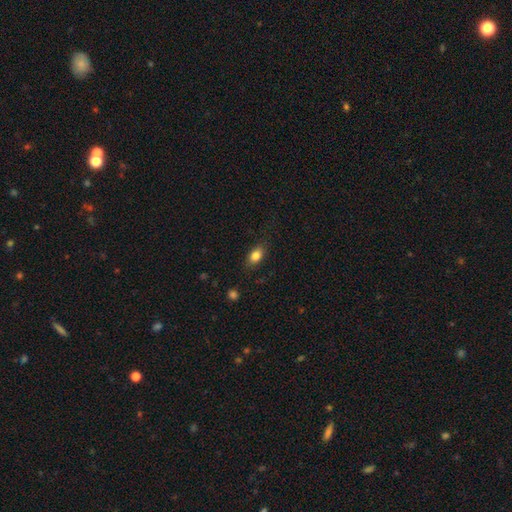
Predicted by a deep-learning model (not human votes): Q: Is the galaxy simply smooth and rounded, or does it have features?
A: smooth — 83%.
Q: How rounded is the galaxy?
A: in between — 83%.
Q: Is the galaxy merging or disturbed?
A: none — 82%.